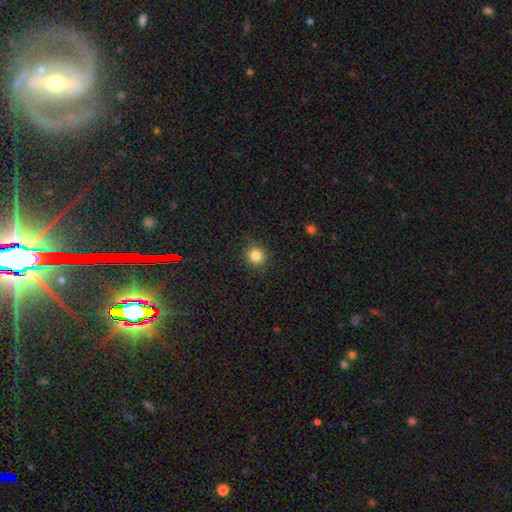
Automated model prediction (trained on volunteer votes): Q: Smooth or featured?
A: smooth (84%); runner-up: star or artifact (11%)
Q: How rounded?
A: round (92%); runner-up: in between (7%)
Q: Merging?
A: none (89%); runner-up: minor disturbance (8%)